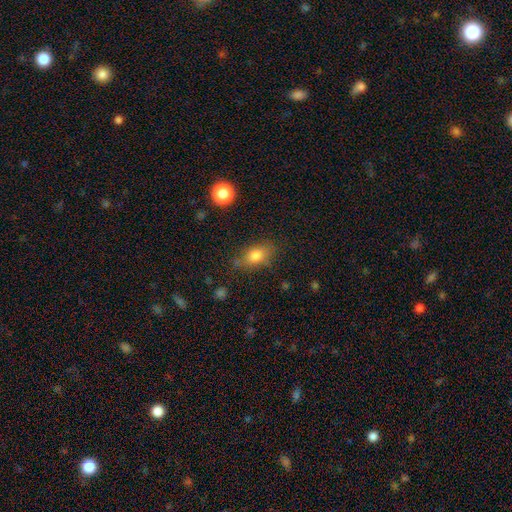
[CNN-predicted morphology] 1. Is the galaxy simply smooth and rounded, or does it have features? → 79% smooth, 11% featured or disk, 10% star or artifact.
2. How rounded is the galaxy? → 79% in between, 16% round, 5% cigar-shaped.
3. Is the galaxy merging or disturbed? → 69% none, 20% minor disturbance, 6% major disturbance, 4% merger.